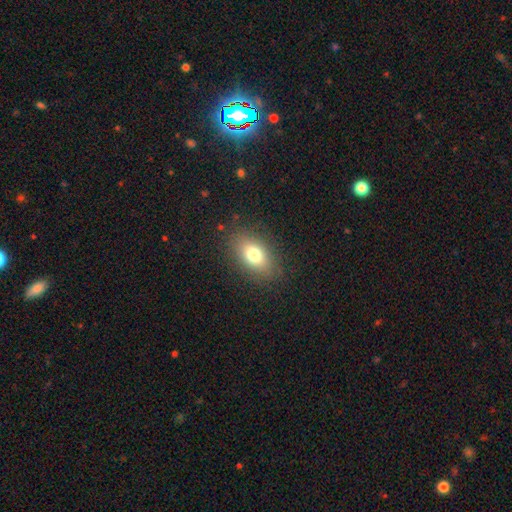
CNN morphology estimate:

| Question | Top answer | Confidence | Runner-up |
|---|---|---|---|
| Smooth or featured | smooth | 67% | star or artifact (23%) |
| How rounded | in between | 78% | round (19%) |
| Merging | none | 90% | minor disturbance (7%) |